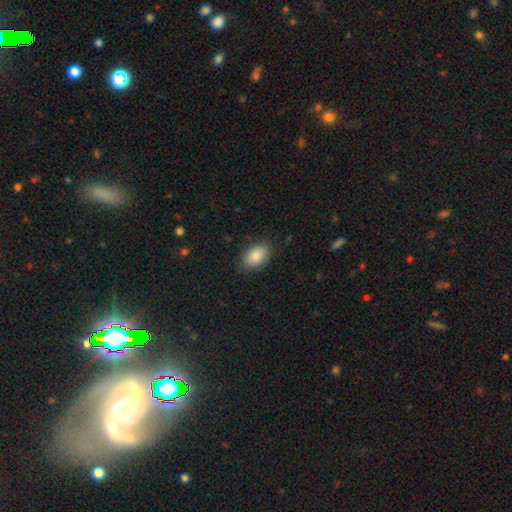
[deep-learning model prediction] Smooth or featured? smooth (87%)
How rounded? in between (89%)
Merging? none (86%)